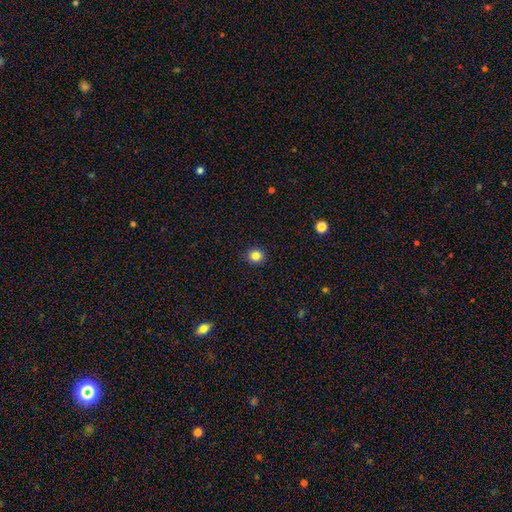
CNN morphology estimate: Smooth or featured? Predicted: smooth (p=0.84). How rounded? Predicted: round (p=0.82). Merging? Predicted: none (p=0.92).